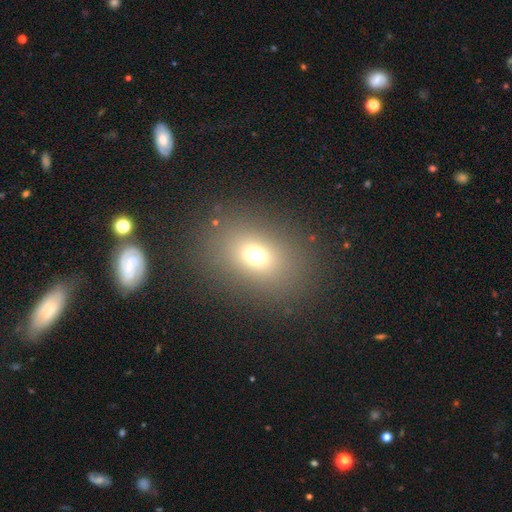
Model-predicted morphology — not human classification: This appears to be a smooth galaxy with no disk features (69%) that is in between round and cigar-shaped (62%). Merging: none (84%).